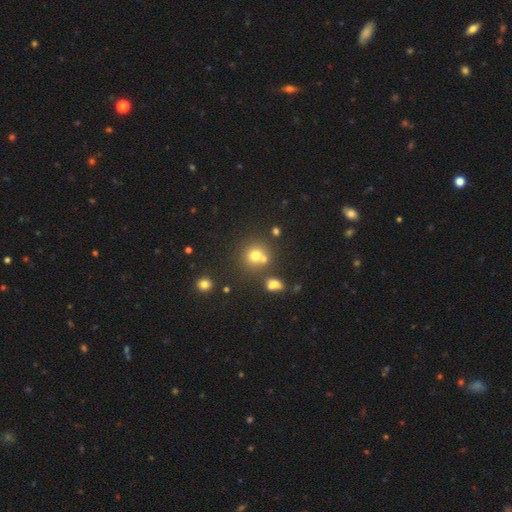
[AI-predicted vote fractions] A smooth galaxy with no disk features (71%) that is round (87%). Merging: none (60%).